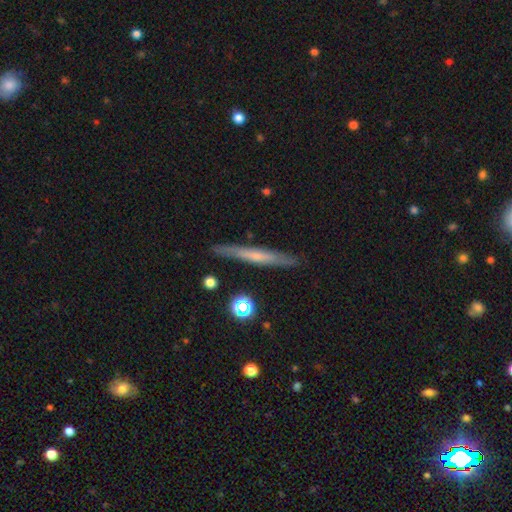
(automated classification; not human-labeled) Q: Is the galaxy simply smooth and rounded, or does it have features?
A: featured or disk — 48%.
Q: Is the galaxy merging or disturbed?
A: none — 87%.